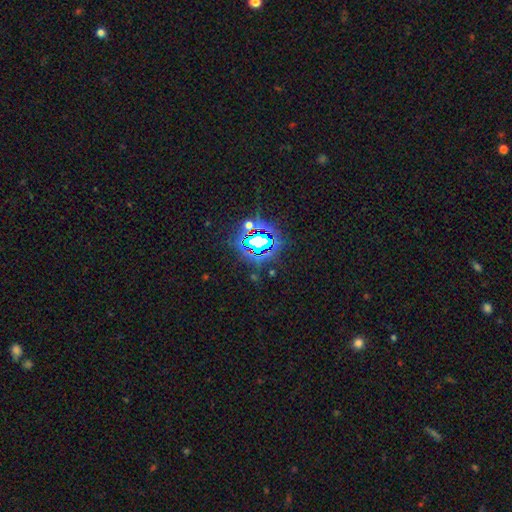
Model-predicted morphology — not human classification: smooth_or_featured: star or artifact (p=0.82) [alt: smooth p=0.11]